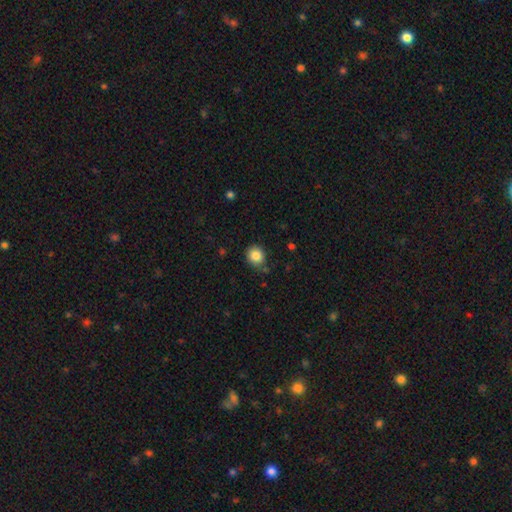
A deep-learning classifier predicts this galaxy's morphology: Smooth or featured?
  - smooth: 85% *
  - star or artifact: 10%
  - featured or disk: 5%
How rounded?
  - round: 83% *
  - in between: 16%
  - cigar-shaped: 1%
Merging?
  - none: 81% *
  - minor disturbance: 14%
  - major disturbance: 3%
  - merger: 3%